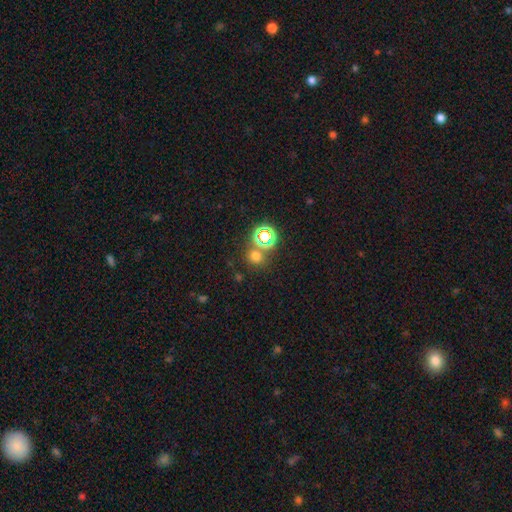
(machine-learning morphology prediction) Smooth or featured?
  - smooth: 64% *
  - star or artifact: 30%
  - featured or disk: 7%
How rounded?
  - round: 83% *
  - in between: 16%
  - cigar-shaped: 1%
Merging?
  - none: 70% *
  - merger: 18%
  - minor disturbance: 8%
  - major disturbance: 4%